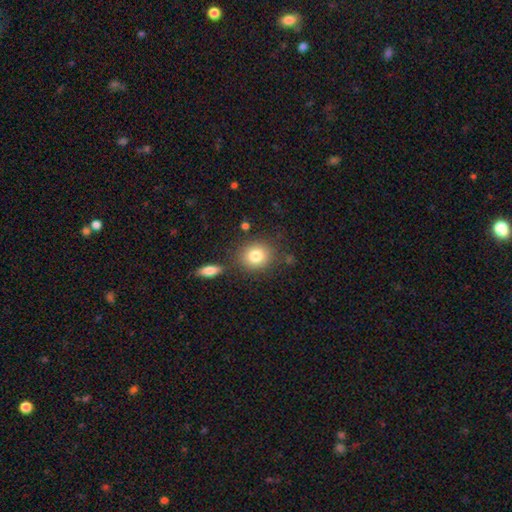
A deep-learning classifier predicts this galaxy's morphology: The model was most divided on "how rounded": round: 73%, in between: 26%, cigar-shaped: 1%. More confident: smooth or featured — smooth (81%); merging — none (78%).